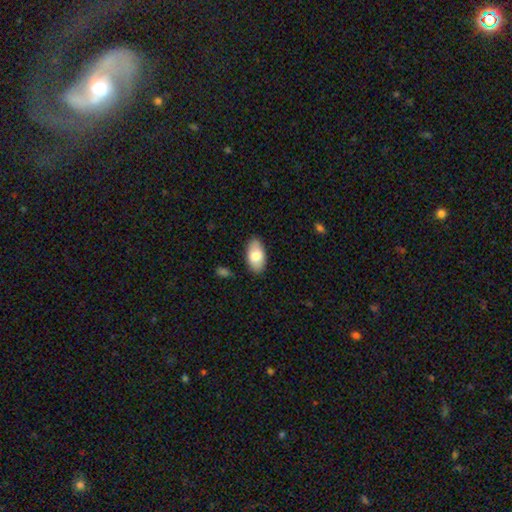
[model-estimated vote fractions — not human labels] Smooth or featured? smooth (79%)
How rounded? in between (95%)
Merging? none (86%)